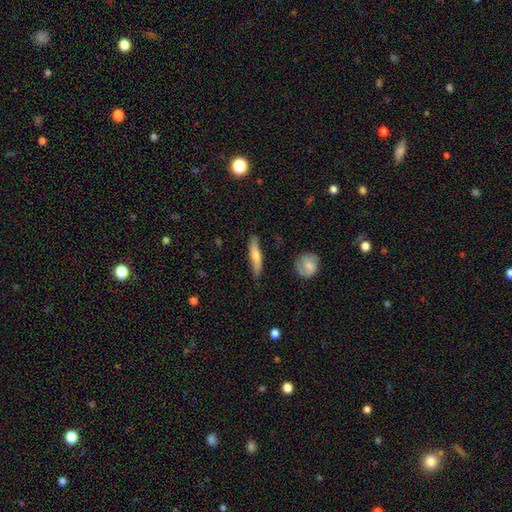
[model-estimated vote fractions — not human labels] Smooth or featured? Predicted: smooth (p=0.56). How rounded? Predicted: cigar-shaped (p=0.80). Merging? Predicted: none (p=0.79).